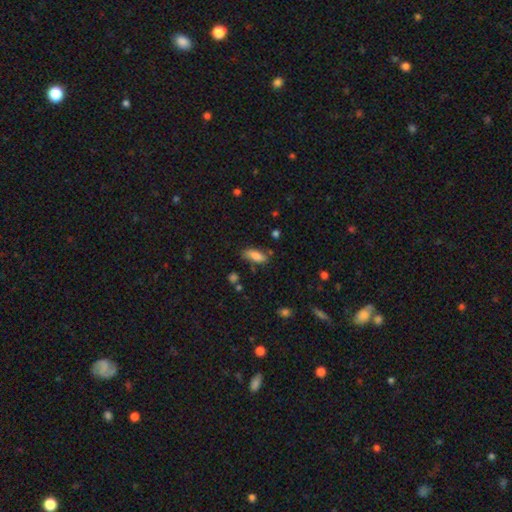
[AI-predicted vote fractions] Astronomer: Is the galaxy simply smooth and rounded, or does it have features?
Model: smooth — 81%.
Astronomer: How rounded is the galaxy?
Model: in between — 78%.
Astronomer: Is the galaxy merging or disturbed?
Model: none — 67%.